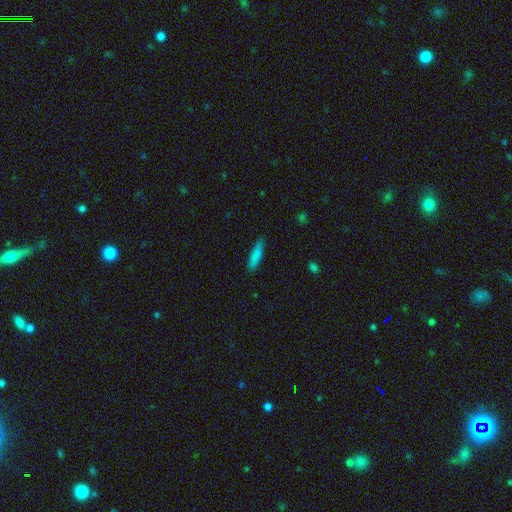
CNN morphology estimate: Smooth or featured: smooth — 83% (featured or disk — 10%)
How rounded: cigar-shaped — 79% (in between — 20%)
Merging: none — 86% (minor disturbance — 11%)